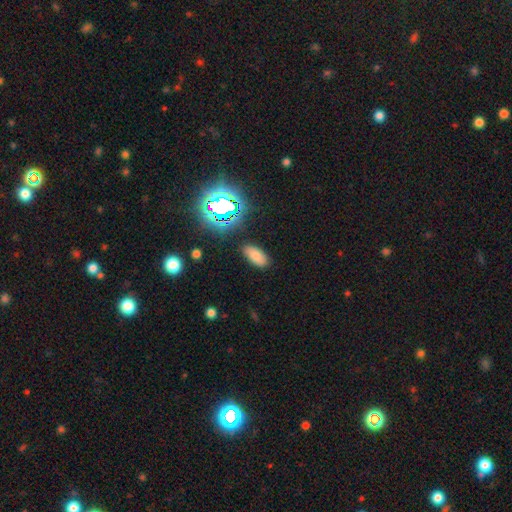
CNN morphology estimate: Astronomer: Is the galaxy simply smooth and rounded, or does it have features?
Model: smooth — 71%.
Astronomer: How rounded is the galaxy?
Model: in between — 91%.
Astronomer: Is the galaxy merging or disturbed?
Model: none — 86%.